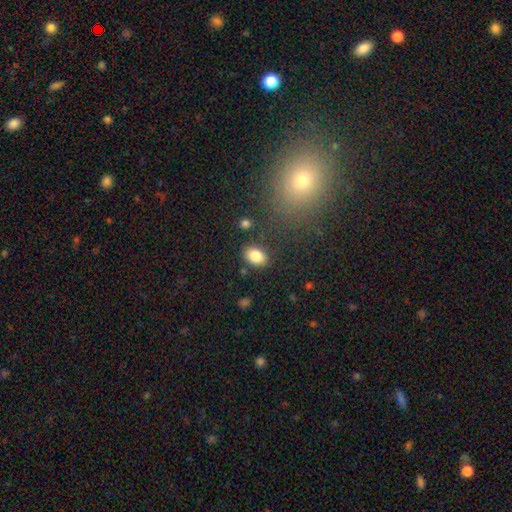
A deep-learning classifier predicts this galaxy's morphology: type=smooth (84%); roundness=in between (80%); merging=none (82%).